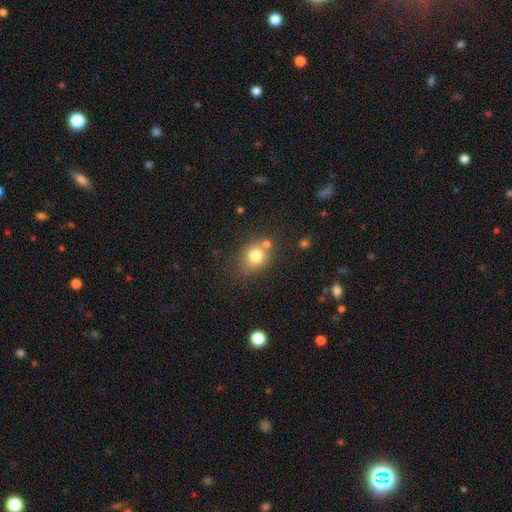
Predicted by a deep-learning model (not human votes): This appears to be a smooth galaxy with no disk features (78%) that is round (71%). Merging: none (59%).